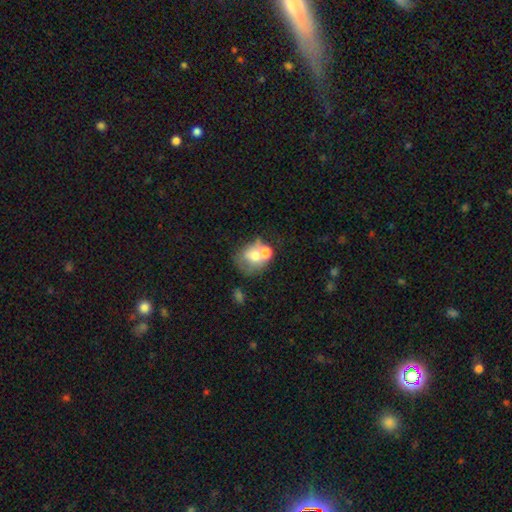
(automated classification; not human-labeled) Overall: smooth (59%; featured or disk 29%). How rounded: round (63%; in between 36%). Merging: merger (49%; none 28%).